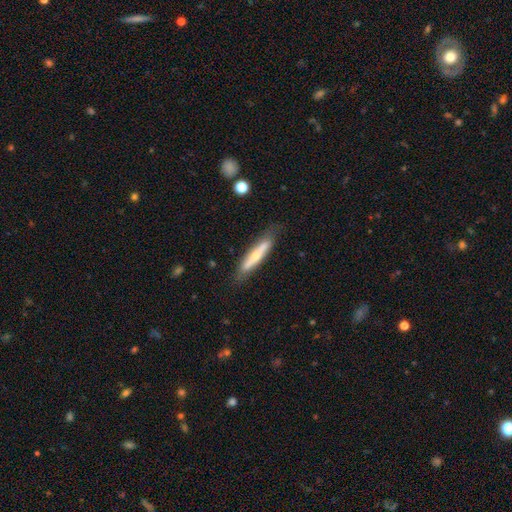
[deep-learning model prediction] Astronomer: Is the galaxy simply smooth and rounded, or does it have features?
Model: featured or disk — 52% (runner-up: smooth, 42%).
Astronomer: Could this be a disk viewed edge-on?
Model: yes — 80%.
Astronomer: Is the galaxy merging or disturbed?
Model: none — 77%.